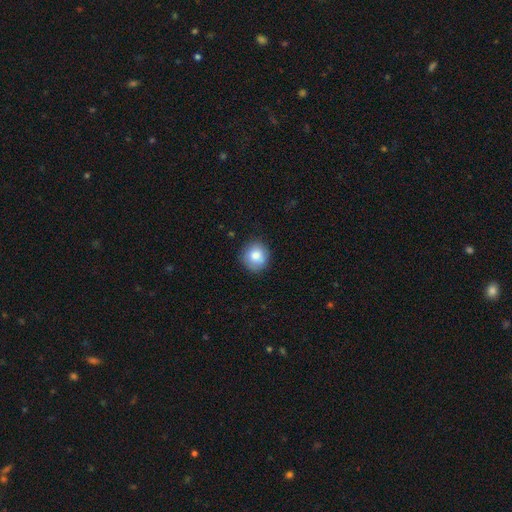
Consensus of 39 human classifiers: Q: Smooth or featured?
A: smooth (82%); runner-up: star or artifact (10%)
Q: How rounded?
A: round (94%); runner-up: in between (6%)
Q: Merging?
A: none (86%); runner-up: minor disturbance (14%)